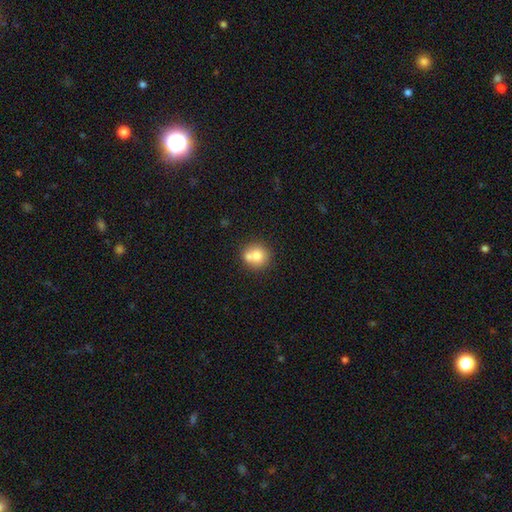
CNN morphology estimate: Smooth or featured? Predicted: smooth (p=0.73). How rounded? Predicted: round (p=0.89). Merging? Predicted: none (p=0.52).